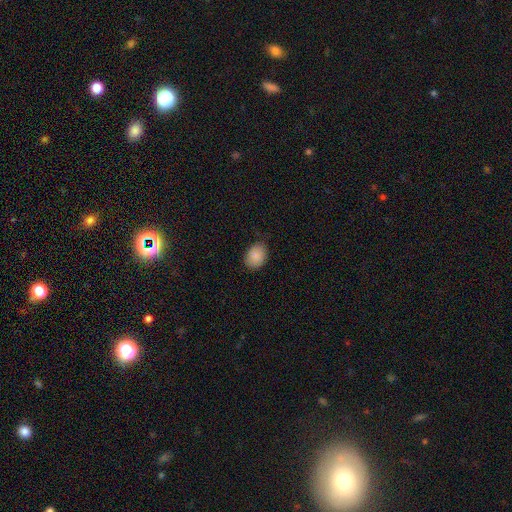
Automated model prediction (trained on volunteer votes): smooth_or_featured: smooth (p=0.87) [alt: star or artifact p=0.07]
how_rounded: in between (p=0.67) [alt: round p=0.33]
merging: none (p=0.74) [alt: minor disturbance p=0.21]